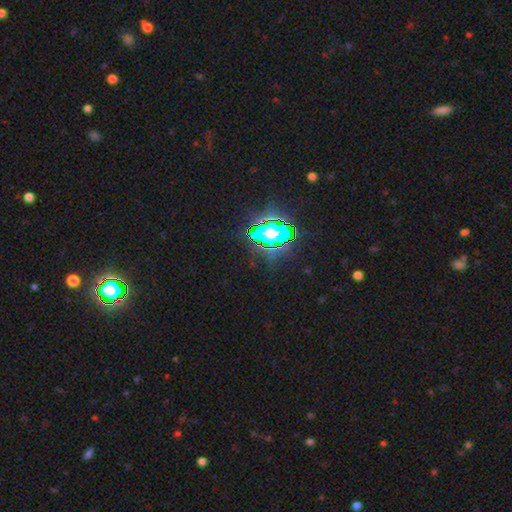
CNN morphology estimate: Smooth or featured? Predicted: star or artifact (p=0.80).